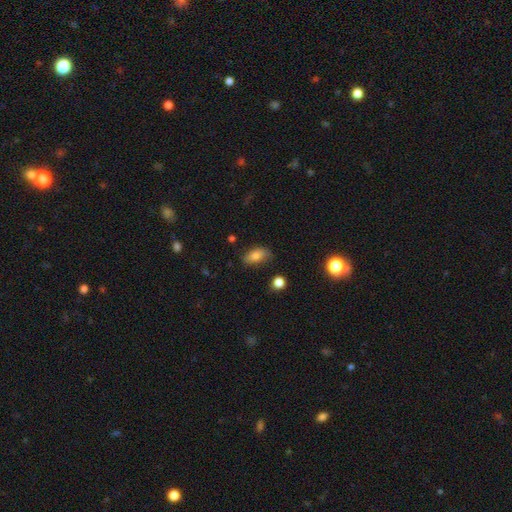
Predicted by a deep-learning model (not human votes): This appears to be a smooth galaxy with no disk features (77%) that is in between round and cigar-shaped (87%). Merging: none (74%).